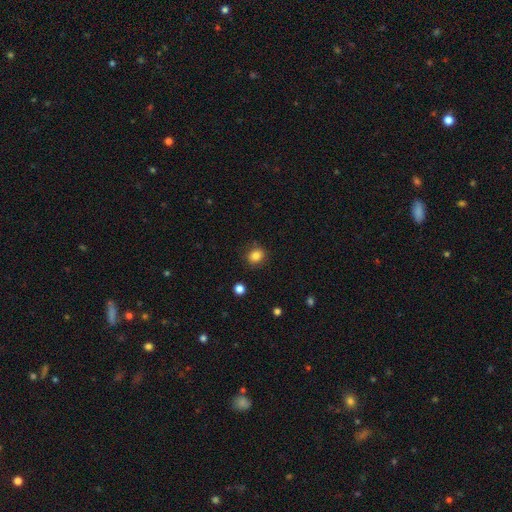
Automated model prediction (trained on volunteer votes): Smooth or featured: smooth — 84% (star or artifact — 11%)
How rounded: round — 69% (in between — 30%)
Merging: none — 84% (minor disturbance — 11%)